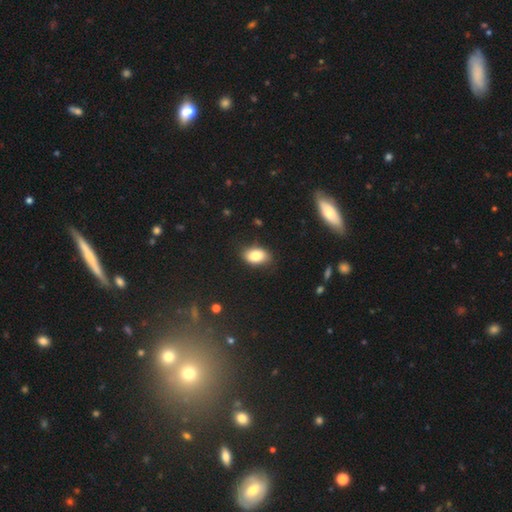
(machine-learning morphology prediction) Smooth or featured?
  - smooth: 84% *
  - star or artifact: 8%
  - featured or disk: 8%
How rounded?
  - in between: 88% *
  - round: 11%
  - cigar-shaped: 1%
Merging?
  - none: 81% *
  - minor disturbance: 15%
  - major disturbance: 3%
  - merger: 1%